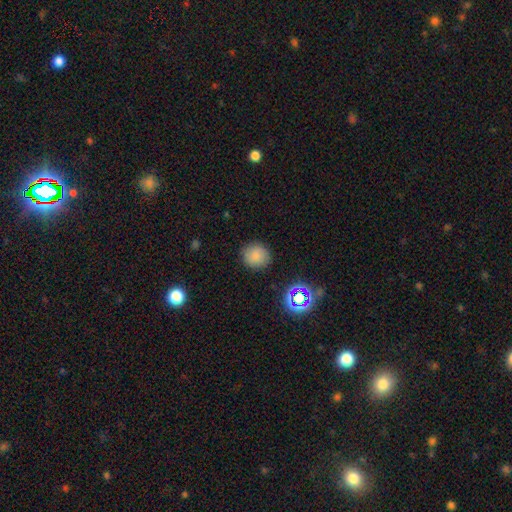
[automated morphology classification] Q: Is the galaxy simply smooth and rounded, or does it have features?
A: smooth — 80%.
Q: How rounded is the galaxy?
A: round — 88%.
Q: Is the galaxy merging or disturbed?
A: none — 87%.